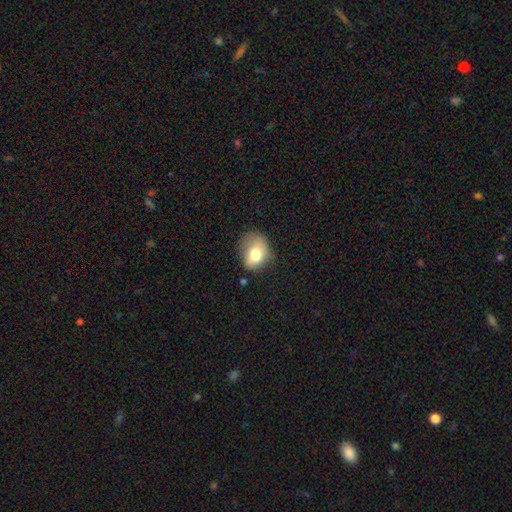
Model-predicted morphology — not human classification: smooth_or_featured: smooth (p=0.74) [alt: featured or disk p=0.17]
how_rounded: in between (p=0.63) [alt: round p=0.36]
merging: none (p=0.43) [alt: minor disturbance p=0.37]